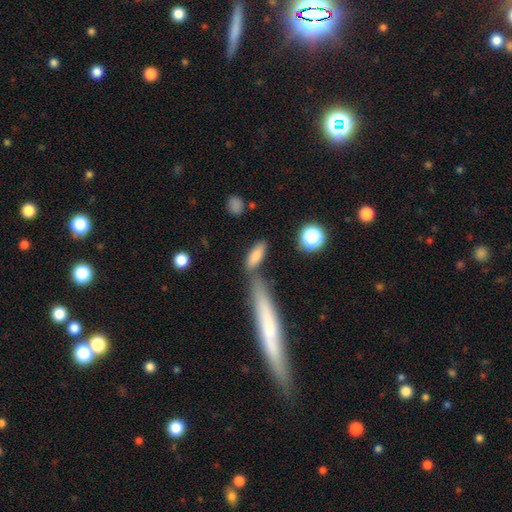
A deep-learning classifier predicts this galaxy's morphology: Smooth or featured: smooth — 77% (featured or disk — 14%)
How rounded: in between — 60% (cigar-shaped — 36%)
Merging: none — 60% (merger — 21%)